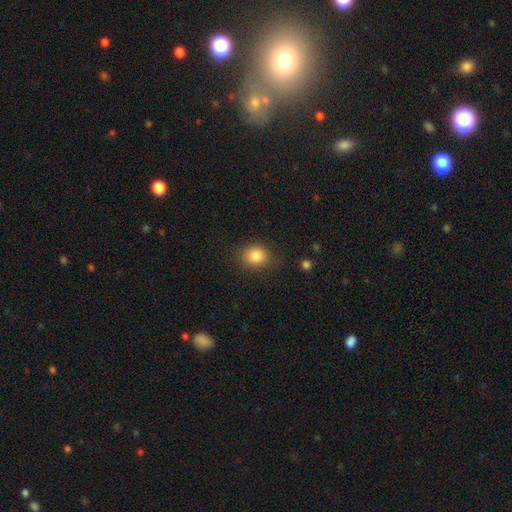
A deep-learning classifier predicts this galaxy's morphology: Q: Smooth or featured?
A: smooth (84%); runner-up: star or artifact (10%)
Q: How rounded?
A: round (67%); runner-up: in between (32%)
Q: Merging?
A: none (80%); runner-up: minor disturbance (14%)